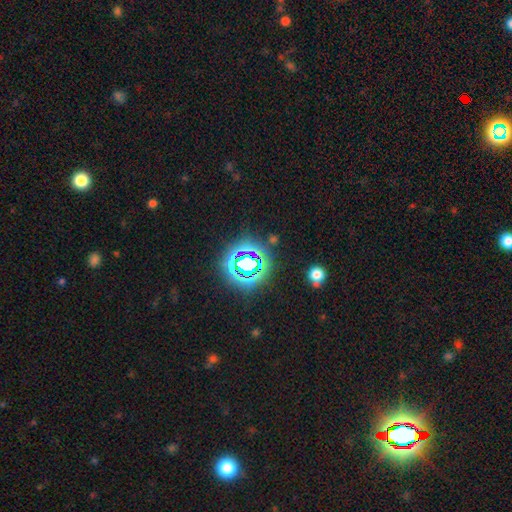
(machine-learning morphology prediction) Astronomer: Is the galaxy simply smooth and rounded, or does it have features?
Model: star or artifact — 78%.